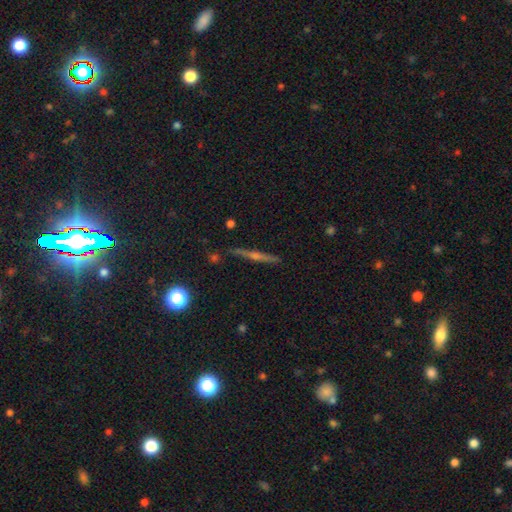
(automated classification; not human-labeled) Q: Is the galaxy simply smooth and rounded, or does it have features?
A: featured or disk — 49%.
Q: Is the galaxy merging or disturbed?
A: none — 83%.